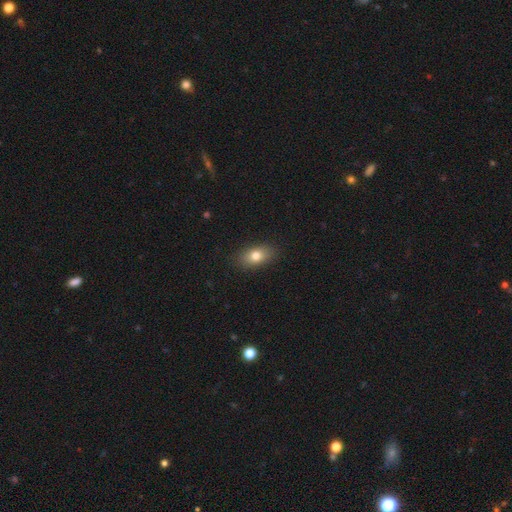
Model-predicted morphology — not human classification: This appears to be a smooth galaxy with no disk features (77%) that is in between round and cigar-shaped (85%). Merging: none (88%).